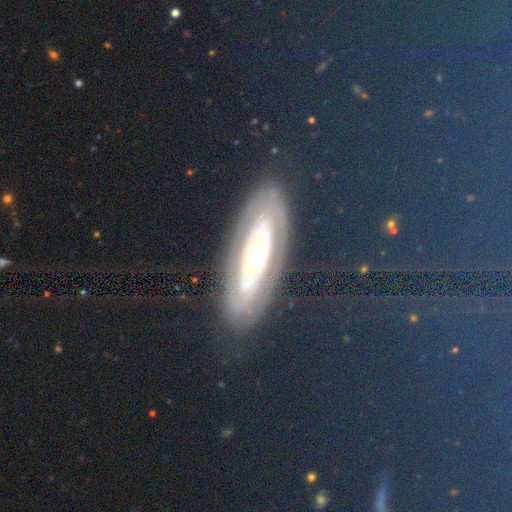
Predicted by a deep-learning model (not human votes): A featured or disk galaxy (46%). Merging: none (83%).